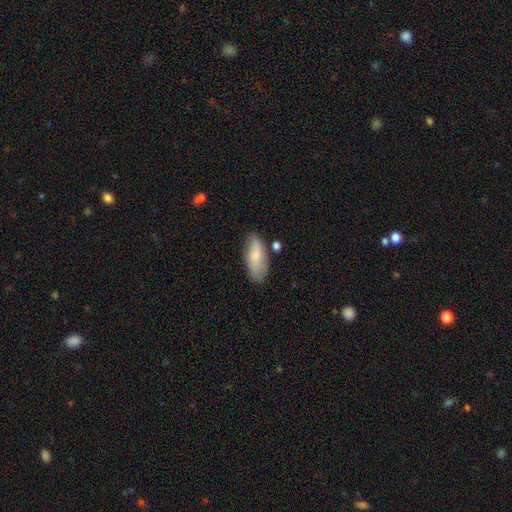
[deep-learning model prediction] A smooth galaxy with no disk features (74%) that is in between round and cigar-shaped (82%).

Vote fractions:
- Smooth or featured? smooth: 74% / featured or disk: 20% / star or artifact: 6%
- How rounded? in between: 82% / cigar-shaped: 16% / round: 2%
- Merging? none: 70% / minor disturbance: 20% / merger: 5% / major disturbance: 4%